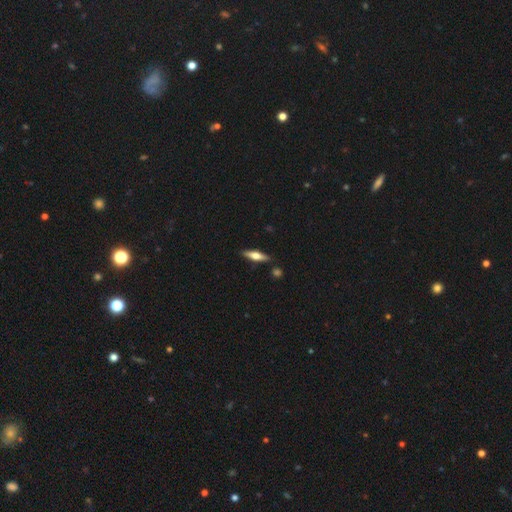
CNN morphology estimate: type=featured or disk (51%); edge-on=yes (94%); merging=none (87%).